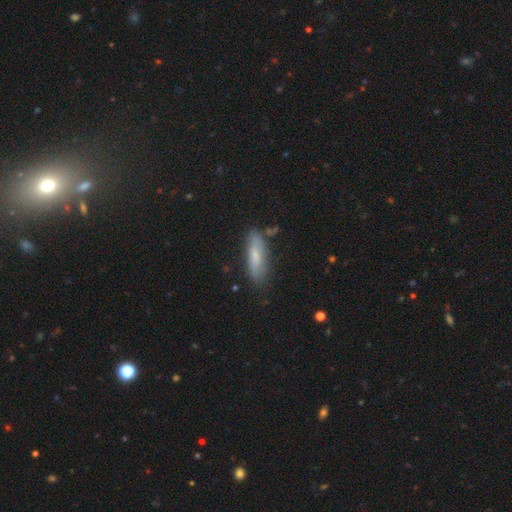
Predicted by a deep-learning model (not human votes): The model was most divided on "how rounded": cigar-shaped: 59%, in between: 39%, round: 2%. More confident: merging — none (76%); smooth or featured — smooth (70%).